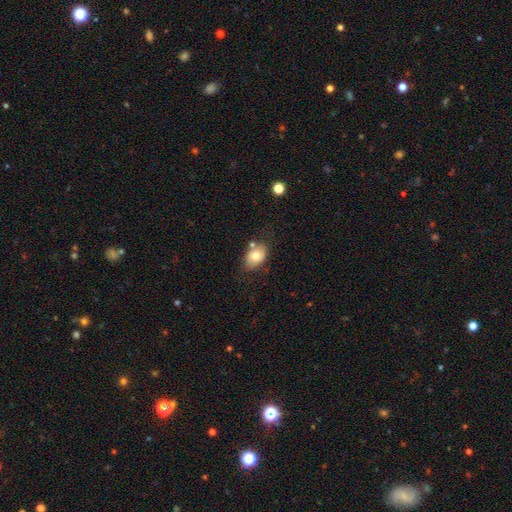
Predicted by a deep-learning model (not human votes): smooth-or-featured: smooth: 75% | featured or disk: 17% | star or artifact: 8%
  how-rounded: in between: 82% | round: 17% | cigar-shaped: 1%
  merging: none: 65% | minor disturbance: 20% | merger: 9% | major disturbance: 6%